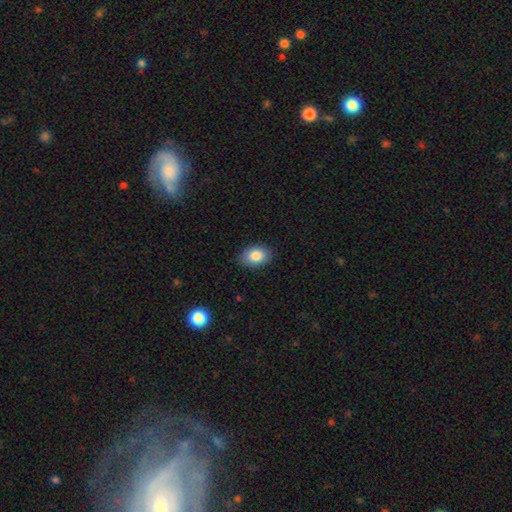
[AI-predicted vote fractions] smooth-or-featured: smooth: 86% | star or artifact: 7% | featured or disk: 7%
  how-rounded: in between: 84% | round: 15% | cigar-shaped: 1%
  merging: none: 87% | minor disturbance: 10% | major disturbance: 2% | merger: 1%